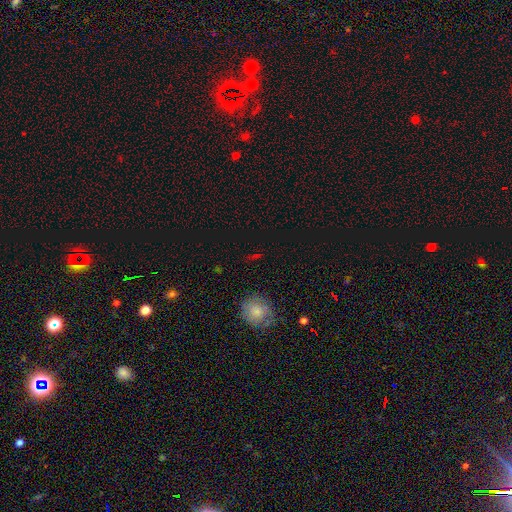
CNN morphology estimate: type=star or artifact (42%).